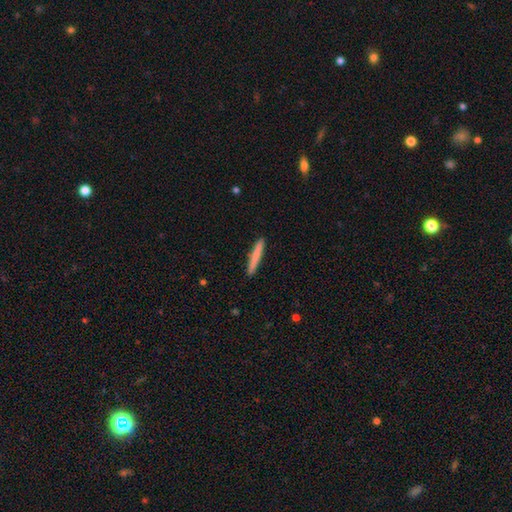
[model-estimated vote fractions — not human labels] Smooth or featured: smooth — 77% (featured or disk — 18%)
How rounded: cigar-shaped — 96% (in between — 3%)
Merging: none — 92% (minor disturbance — 6%)